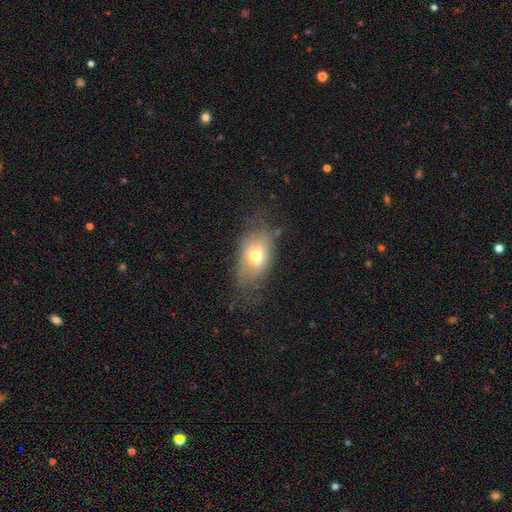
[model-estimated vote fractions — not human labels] Morphology: type=smooth (66%); roundness=in between (85%); merging=none (55%).